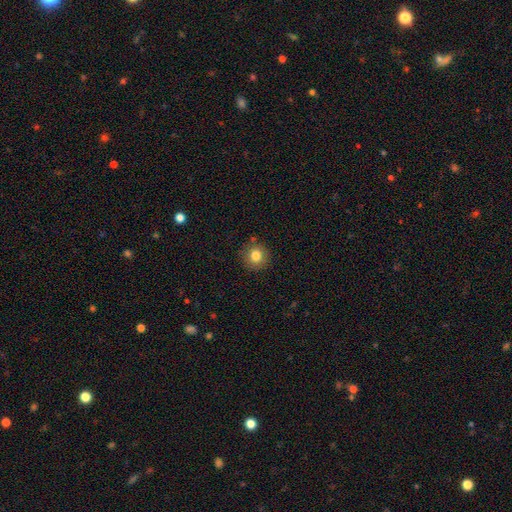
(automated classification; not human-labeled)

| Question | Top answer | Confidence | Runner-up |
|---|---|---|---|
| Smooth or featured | smooth | 82% | star or artifact (10%) |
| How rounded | round | 91% | in between (8%) |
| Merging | none | 86% | minor disturbance (9%) |